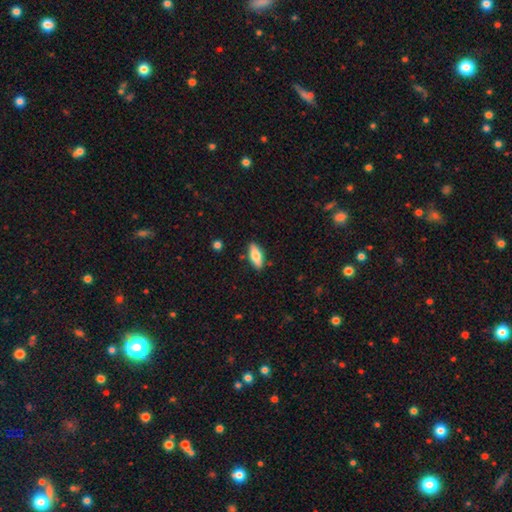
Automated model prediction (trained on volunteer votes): This is likely a smooth galaxy (77%). How rounded: likely in between (77%). Merging: clearly none (86%).